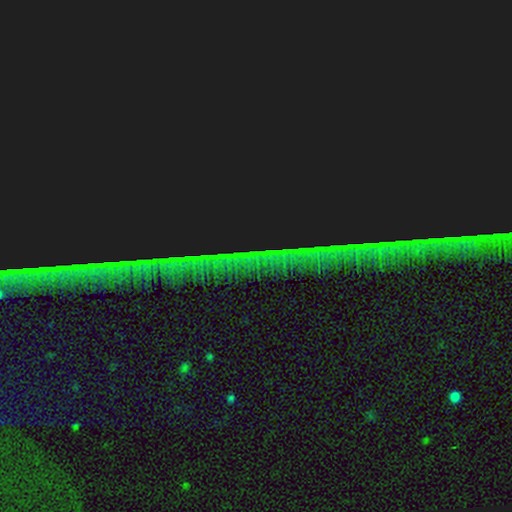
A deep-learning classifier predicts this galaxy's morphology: star or artifact 85%, featured or disk 8%, smooth 7%.